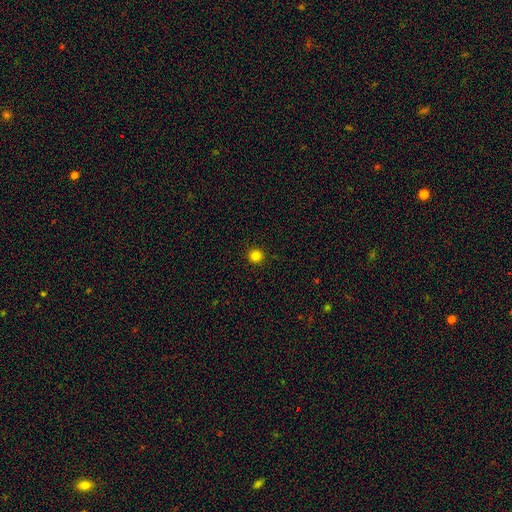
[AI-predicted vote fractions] Smooth or featured: smooth — 83% (star or artifact — 14%)
How rounded: round — 96% (in between — 3%)
Merging: none — 93% (minor disturbance — 4%)